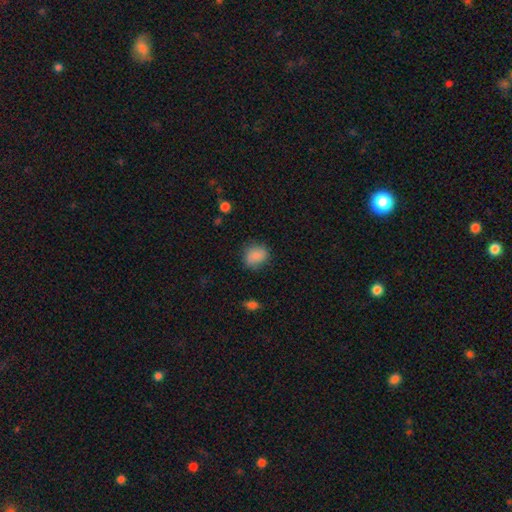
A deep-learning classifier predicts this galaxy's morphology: Q: Smooth or featured?
A: smooth (86%); runner-up: star or artifact (9%)
Q: How rounded?
A: round (56%); runner-up: in between (43%)
Q: Merging?
A: none (76%); runner-up: minor disturbance (18%)